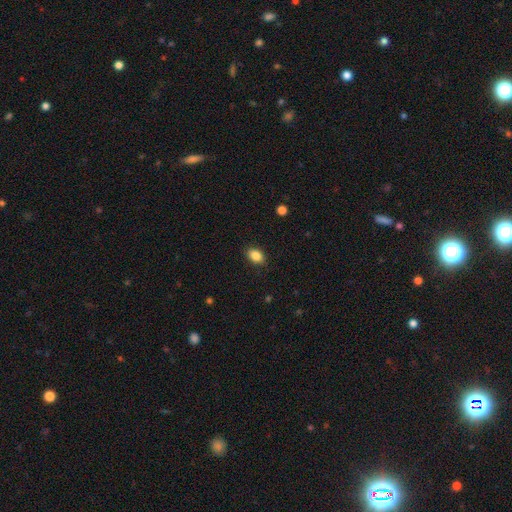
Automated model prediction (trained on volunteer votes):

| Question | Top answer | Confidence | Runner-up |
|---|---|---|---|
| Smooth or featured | smooth | 86% | star or artifact (9%) |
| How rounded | in between | 83% | round (15%) |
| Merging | none | 88% | minor disturbance (9%) |